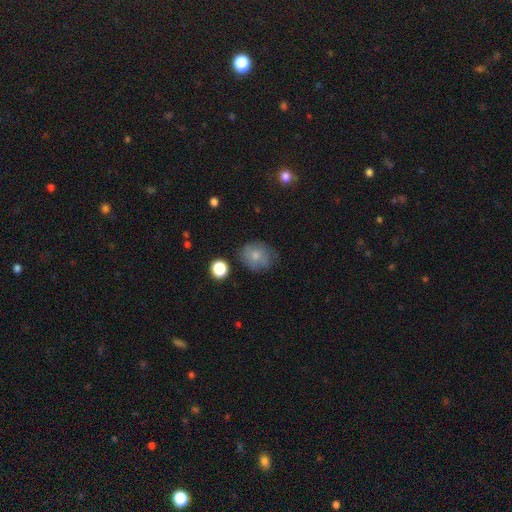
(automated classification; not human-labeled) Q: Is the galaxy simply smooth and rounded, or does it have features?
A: smooth — 75%.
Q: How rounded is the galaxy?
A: round — 61%.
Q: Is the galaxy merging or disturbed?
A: none — 67%.